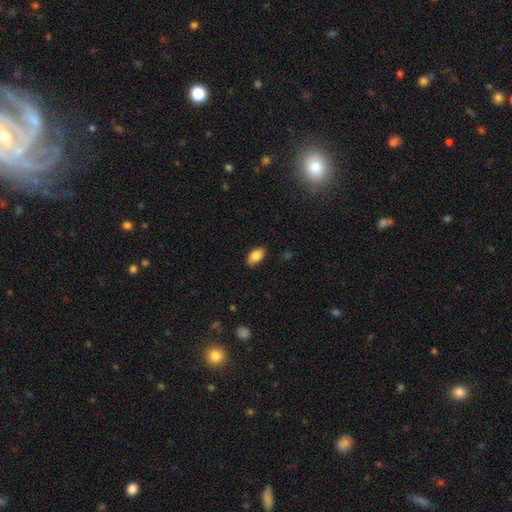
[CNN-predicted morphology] Smooth or featured? smooth (85%)
How rounded? in between (93%)
Merging? none (87%)